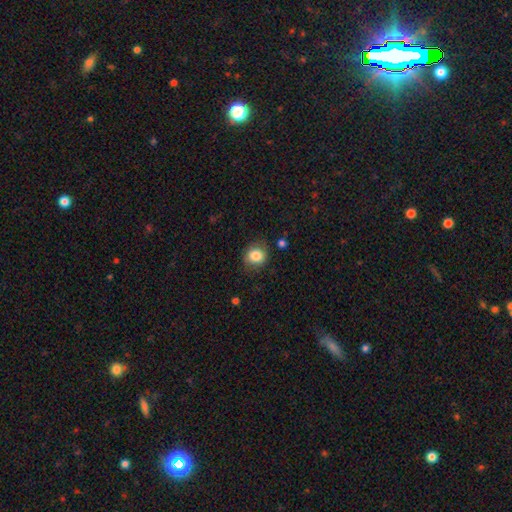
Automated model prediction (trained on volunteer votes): This is clearly a smooth galaxy (83%). How rounded: likely round (72%). Merging: likely none (76%).